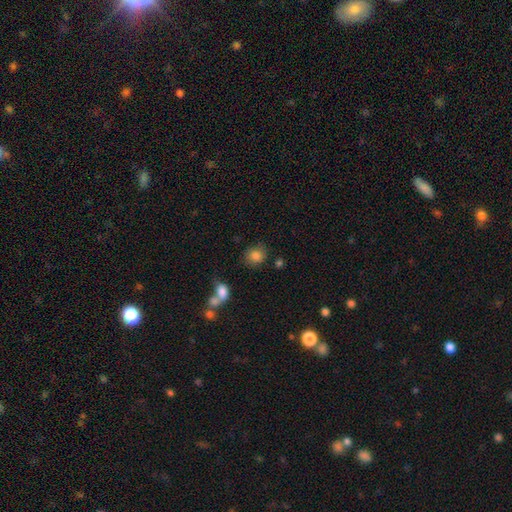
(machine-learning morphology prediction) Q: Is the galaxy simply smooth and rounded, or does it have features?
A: smooth — 84%.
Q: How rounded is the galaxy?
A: round — 73%.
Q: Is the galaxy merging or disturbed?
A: none — 72%.